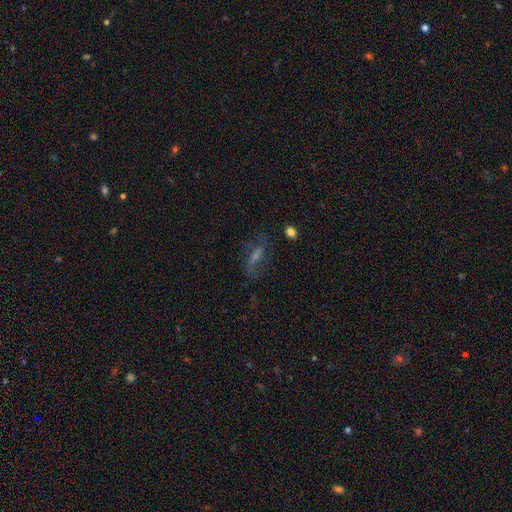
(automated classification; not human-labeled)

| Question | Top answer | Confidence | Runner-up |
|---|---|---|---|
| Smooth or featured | featured or disk | 48% | smooth (32%) |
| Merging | none | 63% | minor disturbance (18%) |